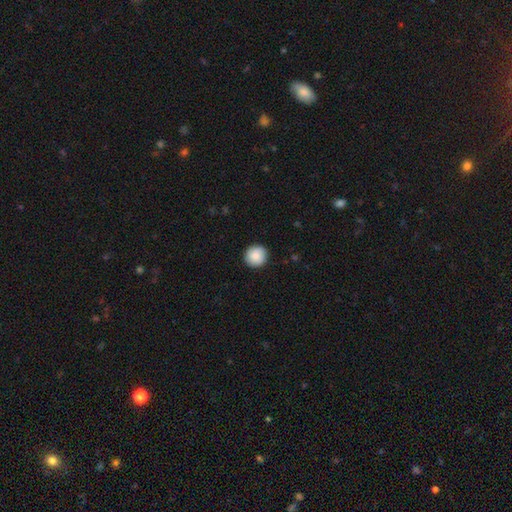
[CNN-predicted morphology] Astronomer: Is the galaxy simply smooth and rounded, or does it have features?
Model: smooth — 89%.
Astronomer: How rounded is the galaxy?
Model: round — 94%.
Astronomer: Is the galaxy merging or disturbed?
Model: none — 91%.